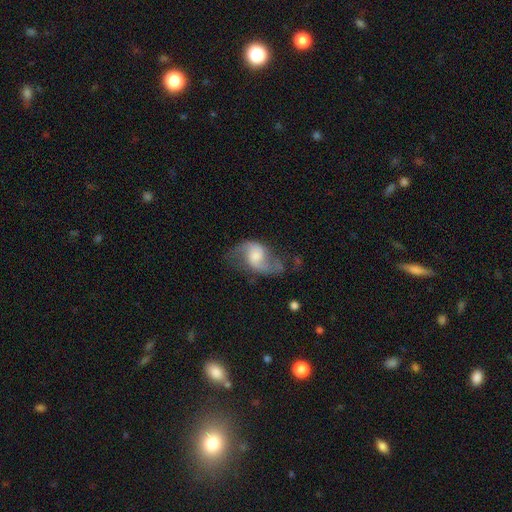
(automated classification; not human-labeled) Overall: featured or disk (73%). Edge-on disk: no (97%). Bar: no (46%; weak 44%). Spiral arms: yes (91%). Spiral arm count: 2 (88%). Spiral winding: loose (65%; medium 29%). Bulge size: moderate (39%; small 28%). Merging: none (49%; minor disturbance 24%).